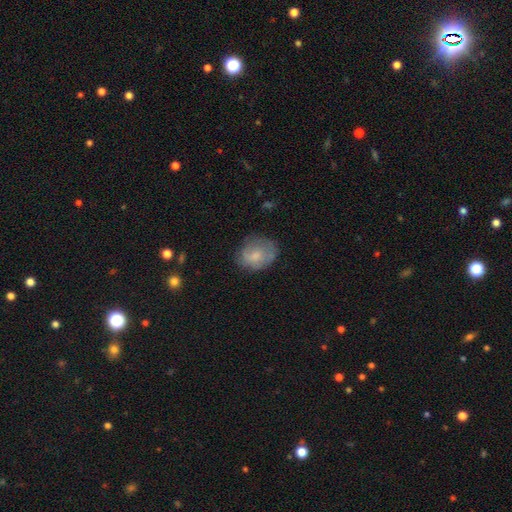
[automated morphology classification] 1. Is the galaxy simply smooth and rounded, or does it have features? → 64% smooth, 28% featured or disk, 8% star or artifact.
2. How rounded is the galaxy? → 53% in between, 46% round, 1% cigar-shaped.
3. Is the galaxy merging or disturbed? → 62% none, 26% minor disturbance, 10% major disturbance, 2% merger.